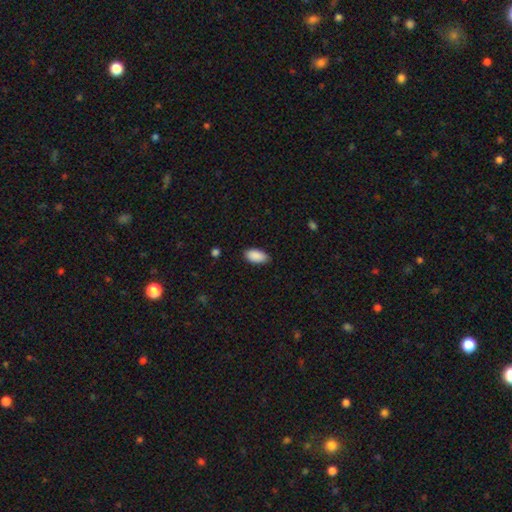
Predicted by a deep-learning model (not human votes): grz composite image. It shows a smooth galaxy with no disk features (90%) that is in between round and cigar-shaped (94%). Merging: none (83%).